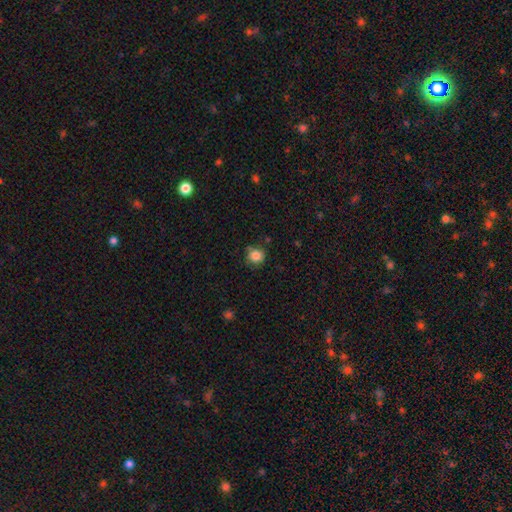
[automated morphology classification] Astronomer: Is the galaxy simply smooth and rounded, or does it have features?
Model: smooth — 84%.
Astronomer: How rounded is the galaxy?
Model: round — 88%.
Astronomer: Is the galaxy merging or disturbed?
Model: none — 74%.